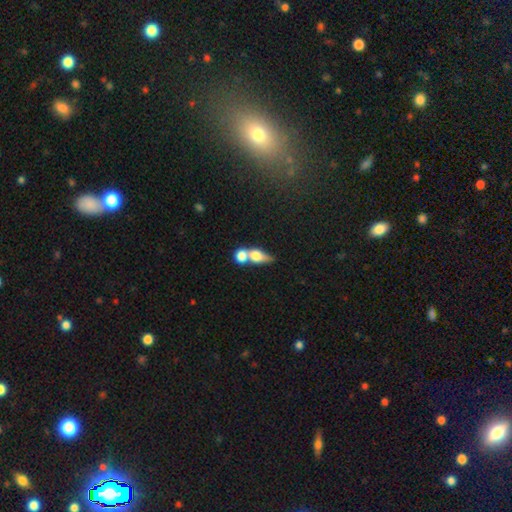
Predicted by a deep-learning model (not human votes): A smooth galaxy with no disk features (65%) that is in between round and cigar-shaped (54%). Merging: merger (66%).